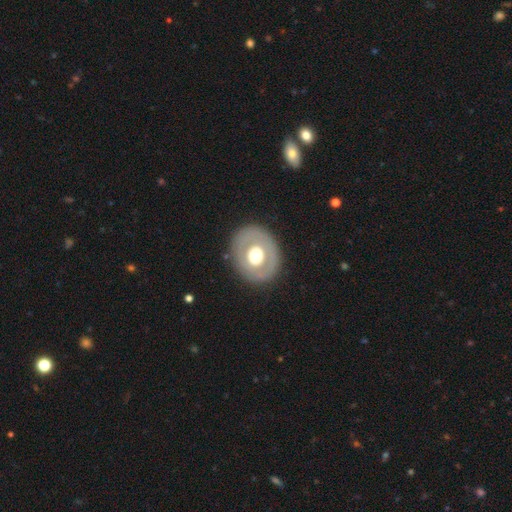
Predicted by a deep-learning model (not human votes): Overall: smooth (47%; featured or disk 46%). Merging: none (84%).